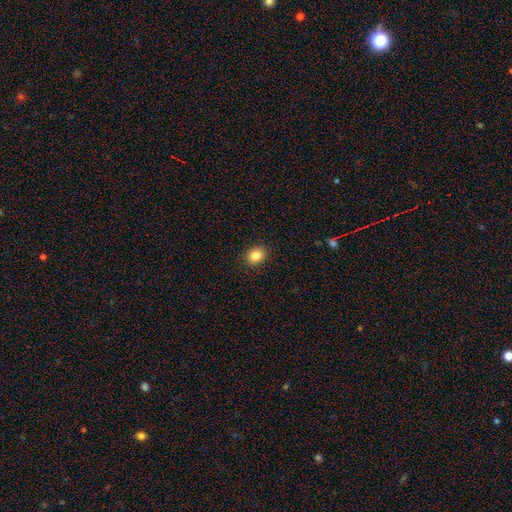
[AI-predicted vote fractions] A smooth galaxy with no disk features (85%) that is in between round and cigar-shaped (53%).

Vote fractions:
- Smooth or featured? smooth: 85% / star or artifact: 10% / featured or disk: 5%
- How rounded? in between: 53% / round: 46% / cigar-shaped: 1%
- Merging? none: 90% / minor disturbance: 7% / major disturbance: 2% / merger: 1%